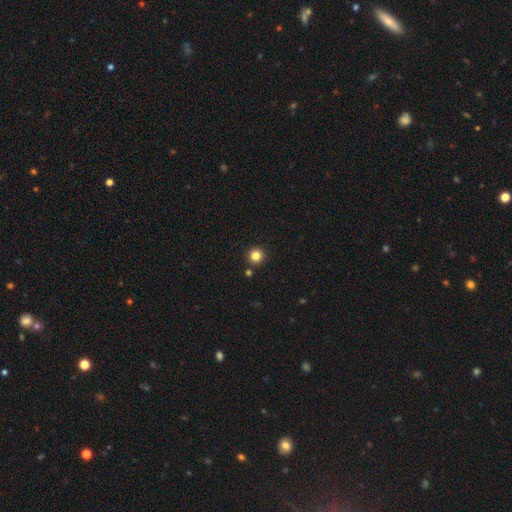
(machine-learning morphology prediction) Q: Smooth or featured?
A: smooth (82%); runner-up: star or artifact (13%)
Q: How rounded?
A: round (96%); runner-up: in between (3%)
Q: Merging?
A: none (91%); runner-up: minor disturbance (5%)